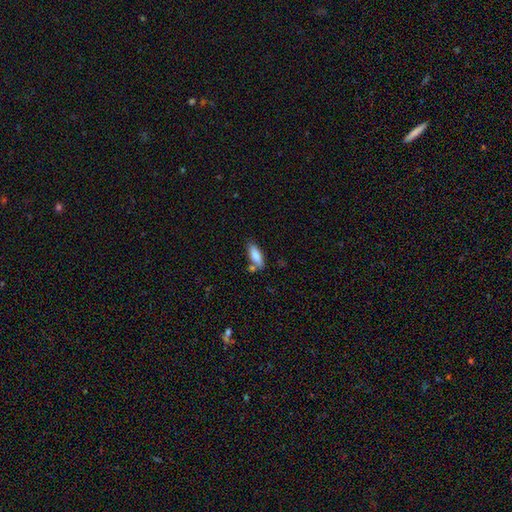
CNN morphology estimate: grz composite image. It shows a smooth galaxy with no disk features (84%) that is in between round and cigar-shaped (64%). Merging: none (70%).